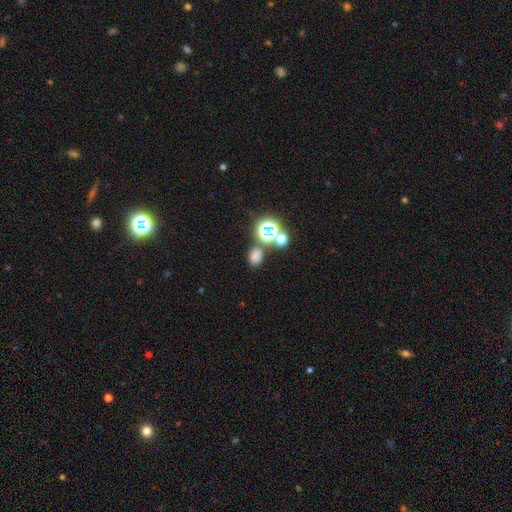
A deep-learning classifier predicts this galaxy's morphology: This is likely a smooth galaxy (66%). How rounded: possibly in between (58%). Merging: likely none (66%).